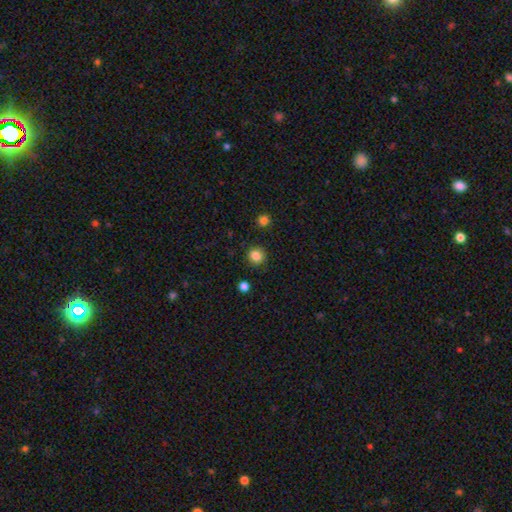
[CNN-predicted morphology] A smooth galaxy with no disk features (85%) that is round (89%).

Vote fractions:
- Smooth or featured? smooth: 85% / star or artifact: 11% / featured or disk: 4%
- How rounded? round: 89% / in between: 10% / cigar-shaped: 1%
- Merging? none: 89% / minor disturbance: 7% / major disturbance: 2% / merger: 2%